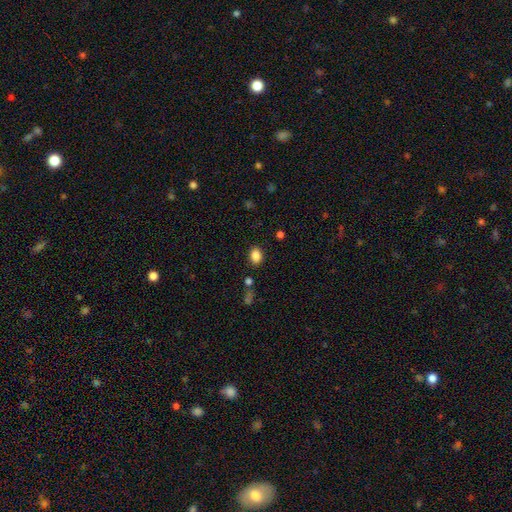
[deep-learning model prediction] smooth 86%, star or artifact 10%, featured or disk 4%. Down the decision tree: how rounded — in between (67%); merging — none (84%).